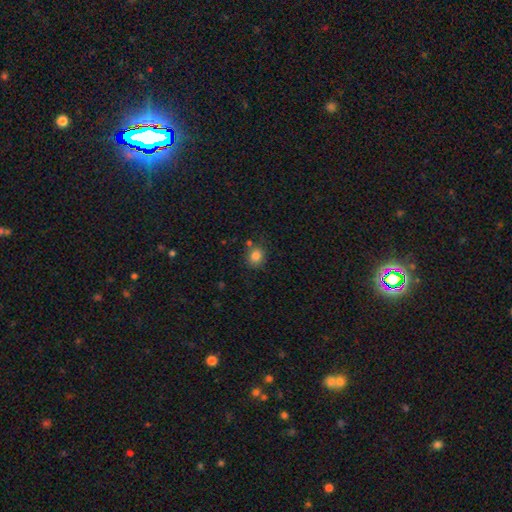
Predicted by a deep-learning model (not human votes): This appears to be a smooth galaxy with no disk features (83%) that is round (67%). Merging: none (76%).